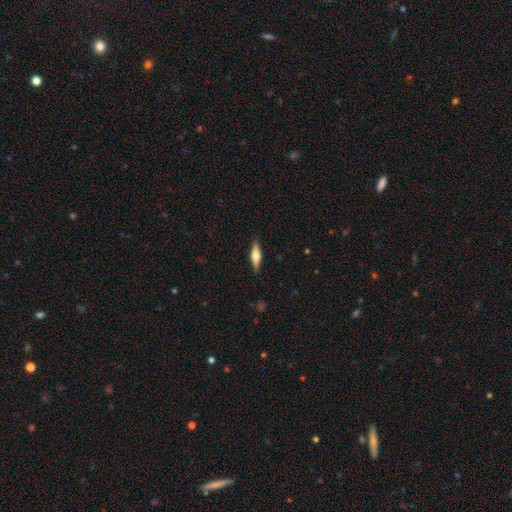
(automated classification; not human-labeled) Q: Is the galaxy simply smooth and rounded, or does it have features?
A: smooth — 52%.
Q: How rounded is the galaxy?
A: cigar-shaped — 61%.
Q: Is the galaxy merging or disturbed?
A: none — 89%.